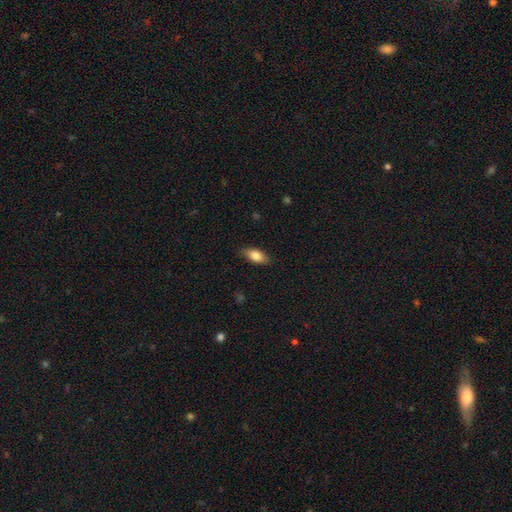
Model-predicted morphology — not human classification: Smooth or featured? smooth (80%)
How rounded? in between (86%)
Merging? none (84%)